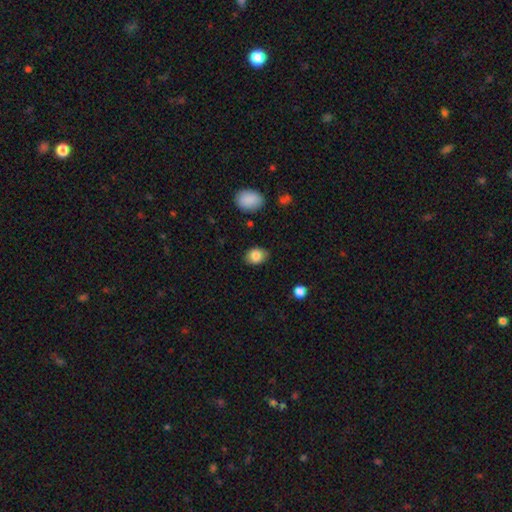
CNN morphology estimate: Overall: smooth (85%). How rounded: in between (67%; round 32%). Merging: none (82%).